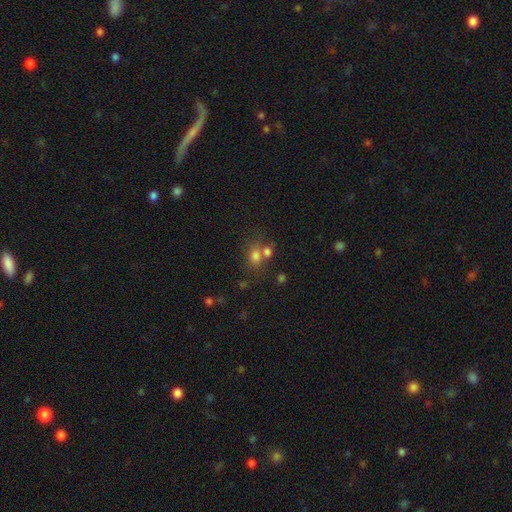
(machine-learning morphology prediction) Smooth or featured? Predicted: smooth (p=0.74). How rounded? Predicted: in between (p=0.57). Merging? Predicted: none (p=0.46).